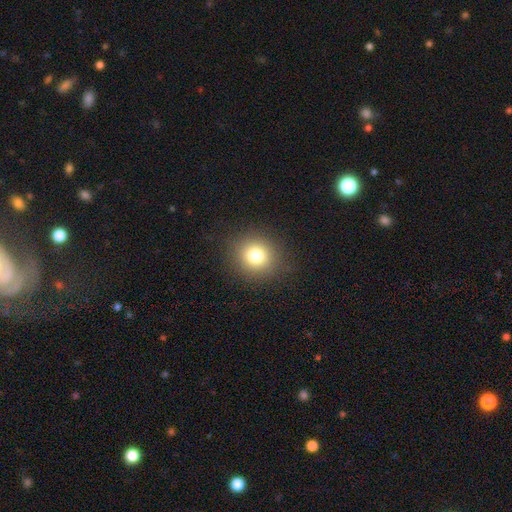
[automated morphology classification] smooth-or-featured: smooth: 78% | star or artifact: 14% | featured or disk: 9%
  how-rounded: round: 91% | in between: 8% | cigar-shaped: 1%
  merging: none: 89% | minor disturbance: 7% | major disturbance: 3% | merger: 1%